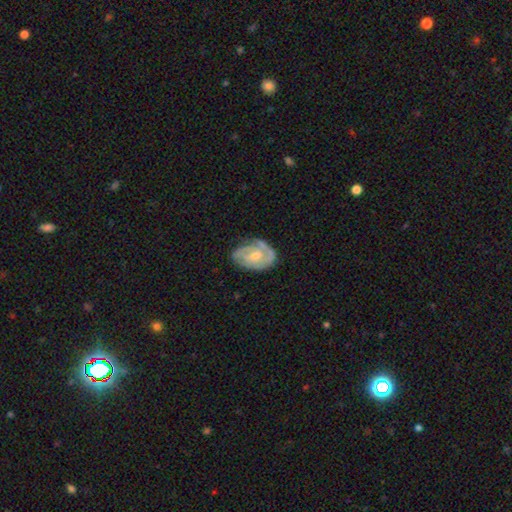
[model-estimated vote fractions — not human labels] Smooth or featured? featured or disk (79%)
Edge-on disk? no (97%)
Bar? no (50%)
Spiral arms? yes (93%)
Spiral winding? tight (55%)
Spiral arm count? 2 (48%)
Bulge size? small (50%)
Merging? none (65%)